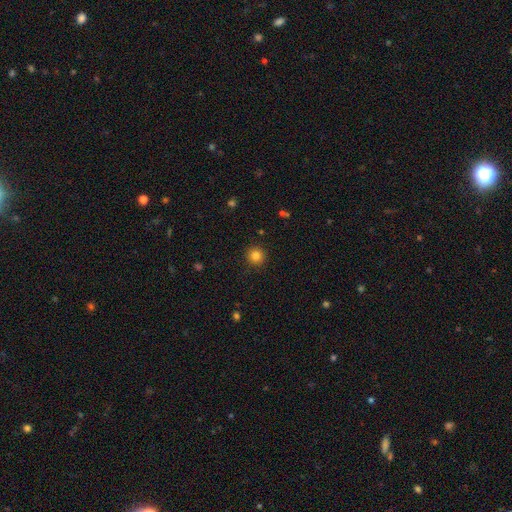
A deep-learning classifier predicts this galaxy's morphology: Q: Smooth or featured?
A: smooth (84%); runner-up: star or artifact (12%)
Q: How rounded?
A: round (95%); runner-up: in between (5%)
Q: Merging?
A: none (91%); runner-up: minor disturbance (6%)